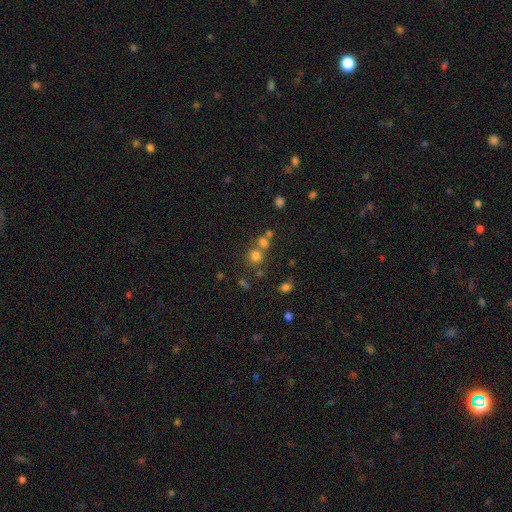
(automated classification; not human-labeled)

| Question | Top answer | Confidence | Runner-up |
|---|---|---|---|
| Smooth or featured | smooth | 71% | star or artifact (20%) |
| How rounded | round | 85% | in between (14%) |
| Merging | none | 55% | merger (33%) |